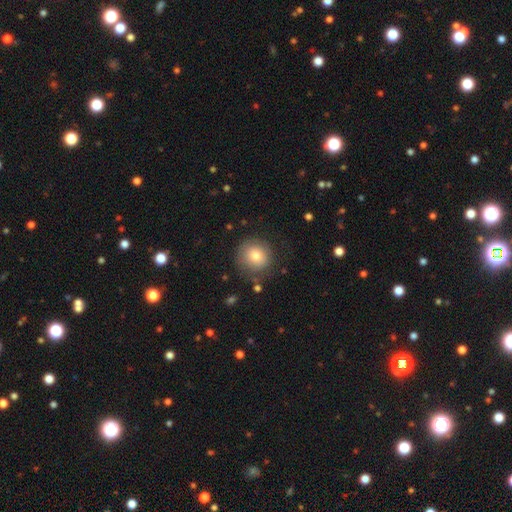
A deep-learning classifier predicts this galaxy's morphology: Smooth or featured? smooth (75%)
How rounded? round (92%)
Merging? none (75%)